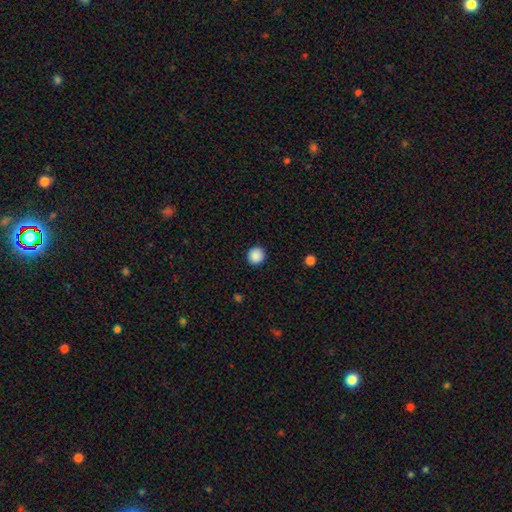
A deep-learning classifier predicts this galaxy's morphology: A smooth galaxy with no disk features (89%) that is round (91%).

Vote fractions:
- Smooth or featured? smooth: 89% / star or artifact: 9% / featured or disk: 2%
- How rounded? round: 91% / in between: 8% / cigar-shaped: 1%
- Merging? none: 91% / minor disturbance: 6% / major disturbance: 2% / merger: 1%